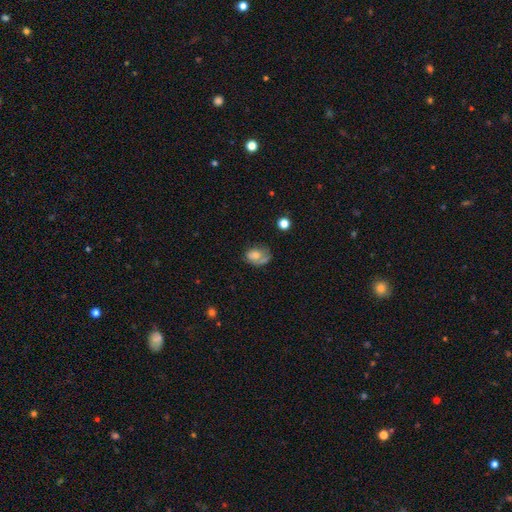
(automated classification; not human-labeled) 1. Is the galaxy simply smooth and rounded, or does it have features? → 62% smooth, 27% featured or disk, 11% star or artifact.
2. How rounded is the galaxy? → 68% in between, 31% round, 1% cigar-shaped.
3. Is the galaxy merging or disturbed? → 41% none, 27% minor disturbance, 24% major disturbance, 8% merger.